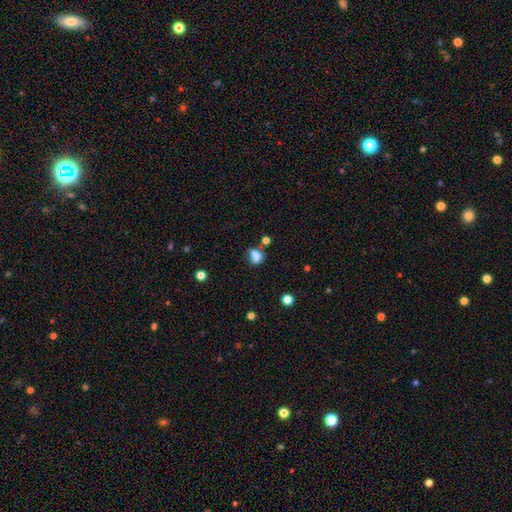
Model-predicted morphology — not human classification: smooth_or_featured: smooth (p=0.75) [alt: star or artifact p=0.13]
how_rounded: in between (p=0.61) [alt: round p=0.37]
merging: none (p=0.42) [alt: merger p=0.27]